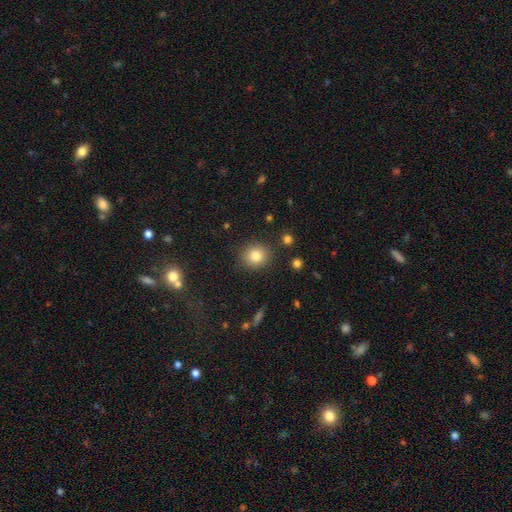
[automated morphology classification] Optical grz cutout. It shows a smooth galaxy with no disk features (81%) that is round (84%). Merging: none (88%).